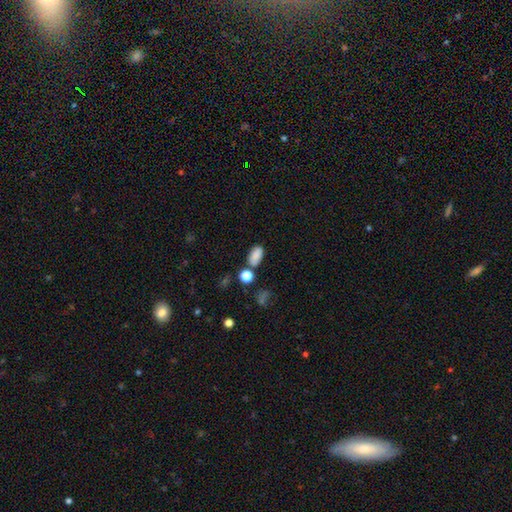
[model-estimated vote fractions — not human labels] Smooth or featured? smooth (84%)
How rounded? in between (91%)
Merging? none (71%)